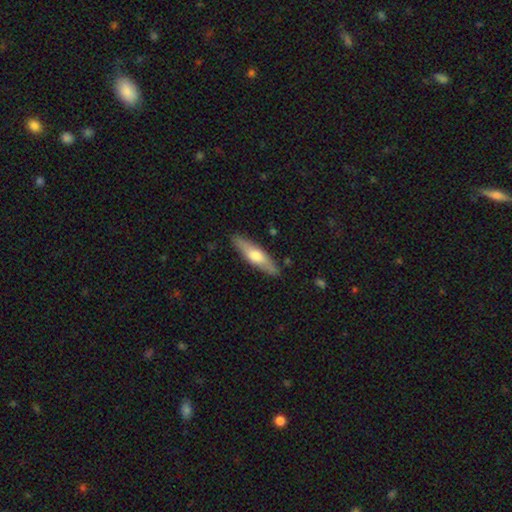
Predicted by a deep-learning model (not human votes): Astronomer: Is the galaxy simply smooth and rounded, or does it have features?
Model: smooth — 52% (runner-up: featured or disk, 43%).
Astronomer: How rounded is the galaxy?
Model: cigar-shaped — 69%.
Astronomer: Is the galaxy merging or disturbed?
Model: none — 87%.